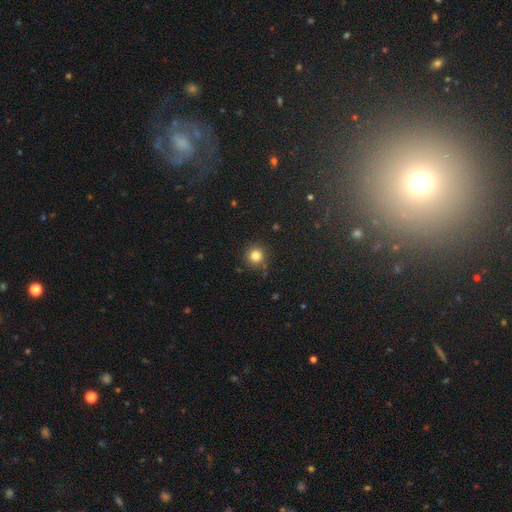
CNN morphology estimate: The model was most divided on "smooth or featured": smooth: 82%, star or artifact: 13%, featured or disk: 5%. More confident: how rounded — round (95%); merging — none (86%).